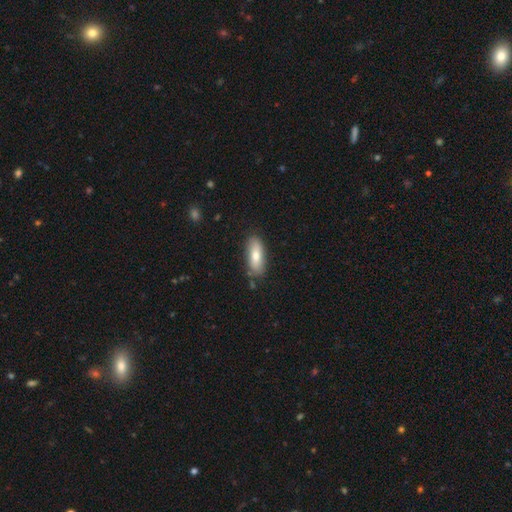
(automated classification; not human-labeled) smooth-or-featured: smooth: 75% | featured or disk: 19% | star or artifact: 6%
  how-rounded: in between: 74% | cigar-shaped: 23% | round: 2%
  merging: none: 81% | minor disturbance: 13% | major disturbance: 3% | merger: 2%